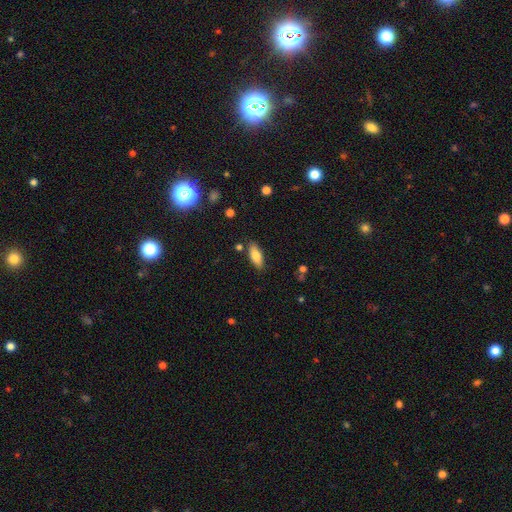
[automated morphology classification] A smooth galaxy with no disk features (79%) that is in between round and cigar-shaped (77%).

Vote fractions:
- Smooth or featured? smooth: 79% / featured or disk: 14% / star or artifact: 7%
- How rounded? in between: 77% / cigar-shaped: 21% / round: 2%
- Merging? none: 83% / minor disturbance: 12% / merger: 3% / major disturbance: 2%